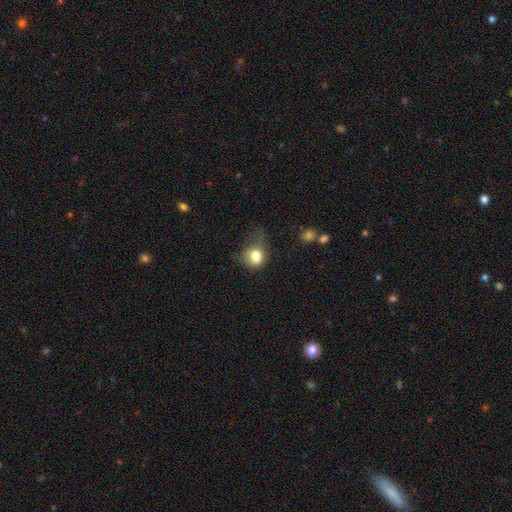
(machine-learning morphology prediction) Smooth or featured?
  - smooth: 78% *
  - featured or disk: 12%
  - star or artifact: 10%
How rounded?
  - round: 61% *
  - in between: 38%
  - cigar-shaped: 1%
Merging?
  - major disturbance: 37% *
  - minor disturbance: 33%
  - none: 27%
  - merger: 4%